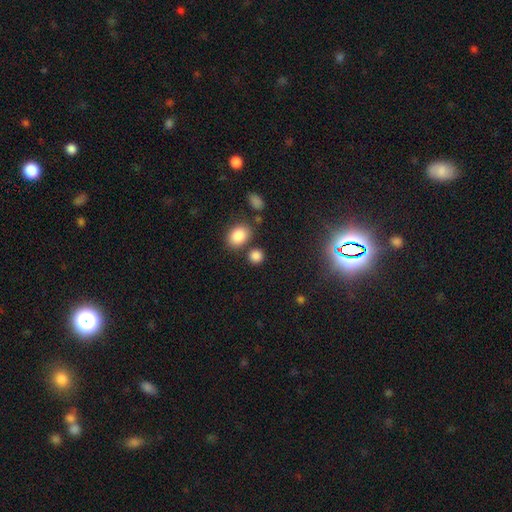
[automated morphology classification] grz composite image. It shows a smooth galaxy with no disk features (84%) that is round (75%). Merging: none (75%).